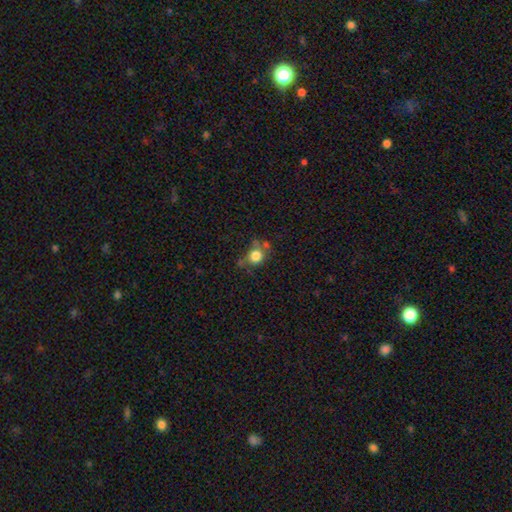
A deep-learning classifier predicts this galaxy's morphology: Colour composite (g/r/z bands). It shows a smooth galaxy with no disk features (79%) that is round (79%). Merging: none (55%).